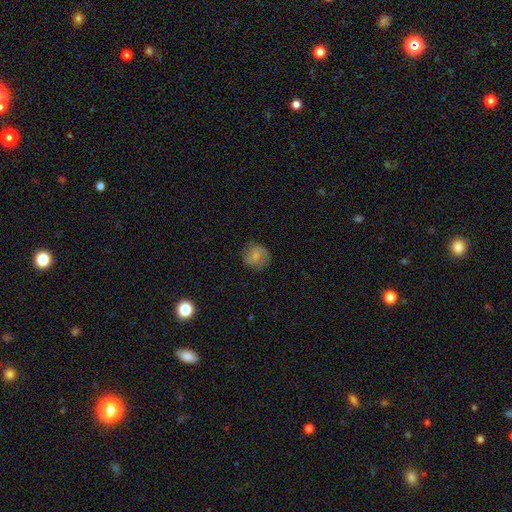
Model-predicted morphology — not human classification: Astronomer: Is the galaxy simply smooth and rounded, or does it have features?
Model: smooth — 64%.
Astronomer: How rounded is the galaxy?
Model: round — 85%.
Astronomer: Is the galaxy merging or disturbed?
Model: none — 78%.